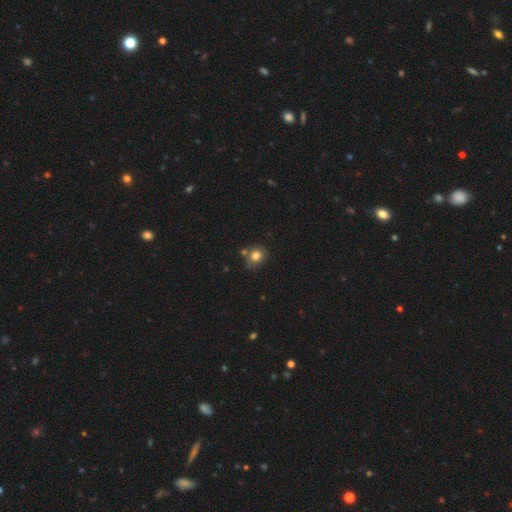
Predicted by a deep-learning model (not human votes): A smooth galaxy with no disk features (80%) that is round (70%).

Vote fractions:
- Smooth or featured? smooth: 80% / star or artifact: 11% / featured or disk: 10%
- How rounded? round: 70% / in between: 29% / cigar-shaped: 1%
- Merging? none: 64% / minor disturbance: 17% / merger: 14% / major disturbance: 5%